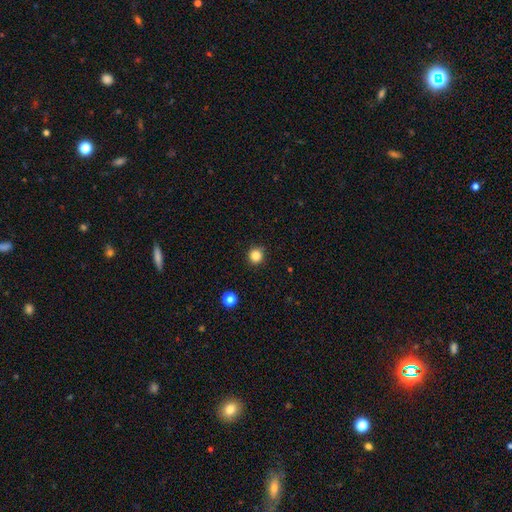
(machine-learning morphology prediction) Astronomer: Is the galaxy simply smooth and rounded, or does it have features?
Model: smooth — 84%.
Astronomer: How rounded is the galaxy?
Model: round — 93%.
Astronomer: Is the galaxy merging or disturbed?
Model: none — 91%.